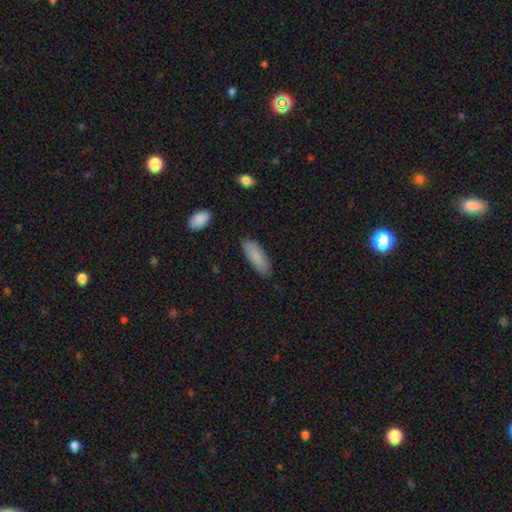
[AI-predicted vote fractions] Q: Smooth or featured?
A: smooth (85%); runner-up: featured or disk (9%)
Q: How rounded?
A: in between (69%); runner-up: cigar-shaped (30%)
Q: Merging?
A: none (82%); runner-up: minor disturbance (14%)